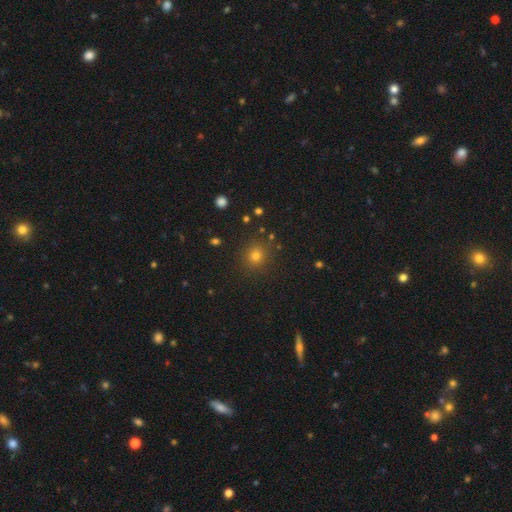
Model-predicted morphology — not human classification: Smooth or featured?
  - smooth: 74% *
  - star or artifact: 19%
  - featured or disk: 6%
How rounded?
  - round: 89% *
  - in between: 10%
  - cigar-shaped: 1%
Merging?
  - none: 88% *
  - minor disturbance: 7%
  - major disturbance: 3%
  - merger: 2%